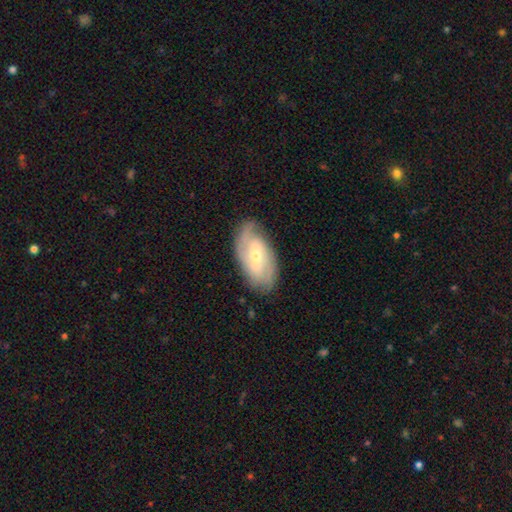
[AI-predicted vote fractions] This is likely a featured or disk galaxy (77%). It is clearly not viewed edge-on (94%). Bar: possibly weak (48%). Spiral arm pattern: clearly yes (91%). Spiral arm count: possibly 2 (60%). Spiral winding: marginally tight (43%). Central bulge: possibly small (52%). Merging: likely none (79%).